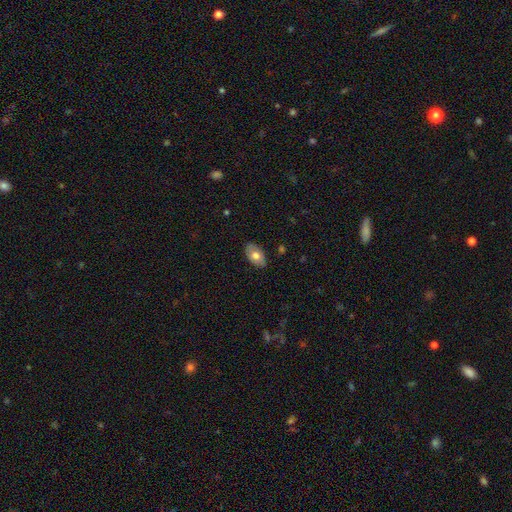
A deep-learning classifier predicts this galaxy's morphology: Q: Smooth or featured?
A: smooth (70%); runner-up: featured or disk (23%)
Q: How rounded?
A: in between (92%); runner-up: round (6%)
Q: Merging?
A: none (83%); runner-up: minor disturbance (14%)